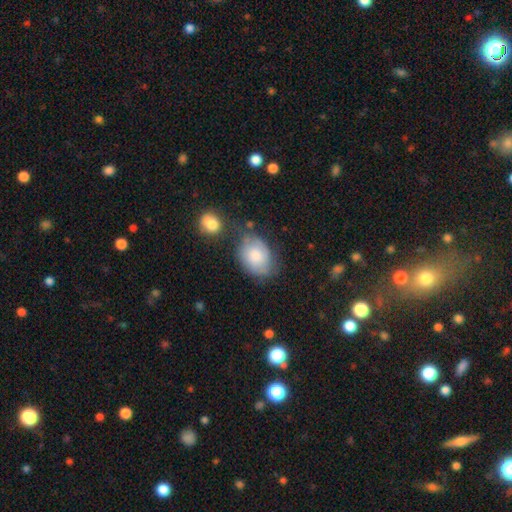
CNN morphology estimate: smooth_or_featured: smooth (p=0.68) [alt: featured or disk p=0.25]
how_rounded: in between (p=0.69) [alt: round p=0.30]
merging: none (p=0.52) [alt: minor disturbance p=0.26]